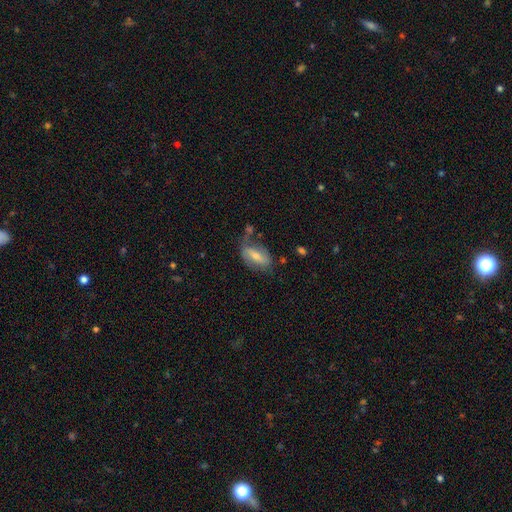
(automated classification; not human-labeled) featured or disk 46%, smooth 44%, star or artifact 9%. Down the decision tree: merging — none (59%).